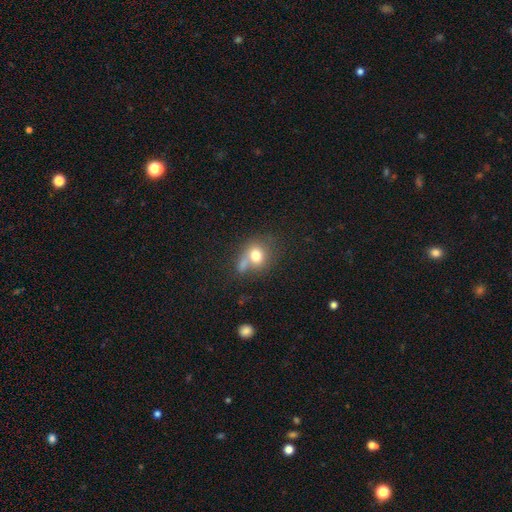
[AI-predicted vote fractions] Q: Smooth or featured?
A: smooth (75%); runner-up: featured or disk (14%)
Q: How rounded?
A: round (65%); runner-up: in between (33%)
Q: Merging?
A: none (42%); runner-up: merger (31%)